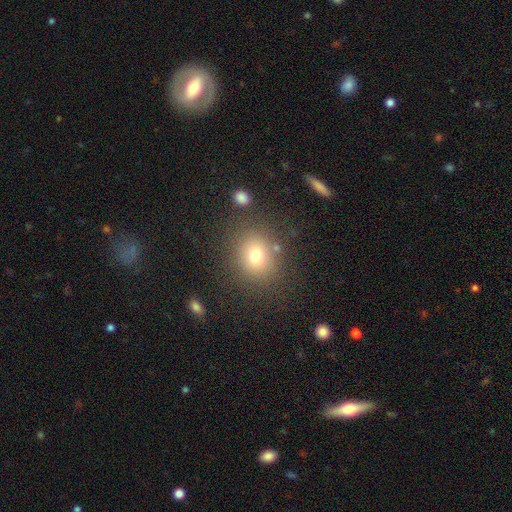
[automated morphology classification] type=smooth (75%); roundness=round (68%); merging=none (81%).